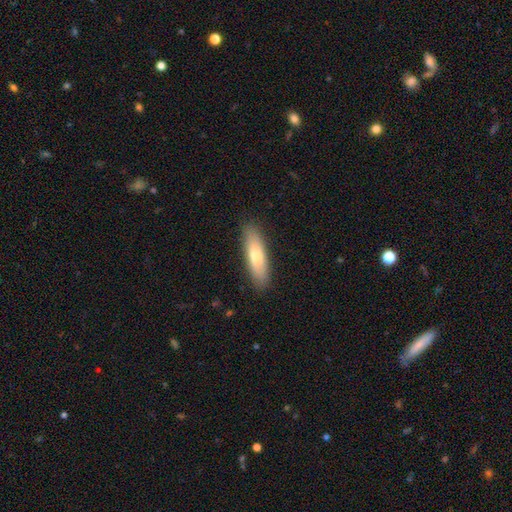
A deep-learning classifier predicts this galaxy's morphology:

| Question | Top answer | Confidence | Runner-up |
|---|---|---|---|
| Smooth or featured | smooth | 68% | featured or disk (26%) |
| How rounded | cigar-shaped | 59% | in between (39%) |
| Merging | none | 88% | minor disturbance (9%) |